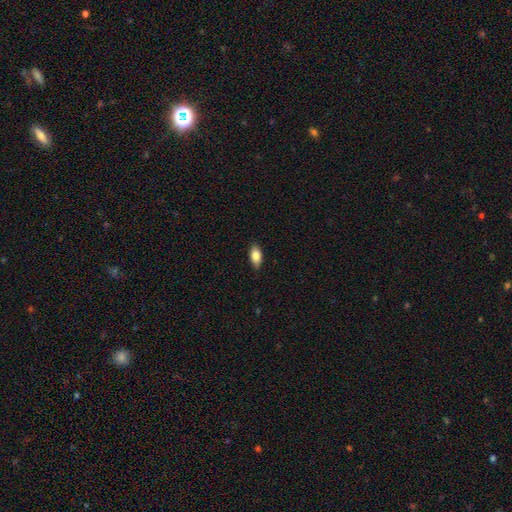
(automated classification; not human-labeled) smooth 82%, featured or disk 11%, star or artifact 7%. Down the decision tree: how rounded — in between (89%); merging — none (86%).